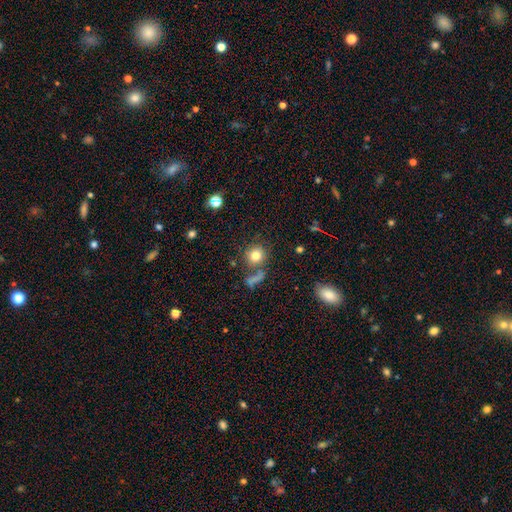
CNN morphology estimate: A smooth galaxy with no disk features (80%) that is round (85%). Merging: none (70%).